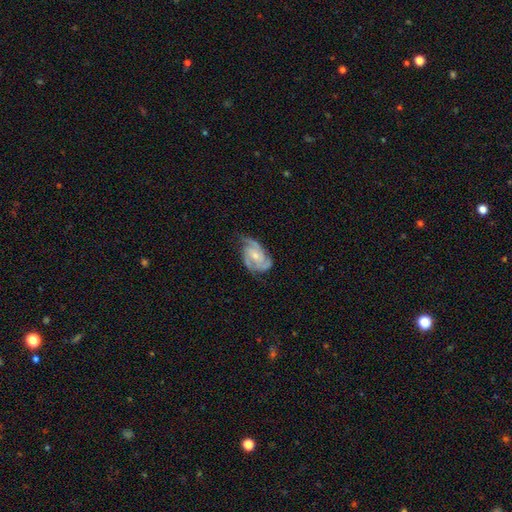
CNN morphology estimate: A featured or disk galaxy (88%) with no bar (59%), 3 (56%) tight (47%) spiral arms (98%) and a small central bulge (58%). Merging: none (65%).